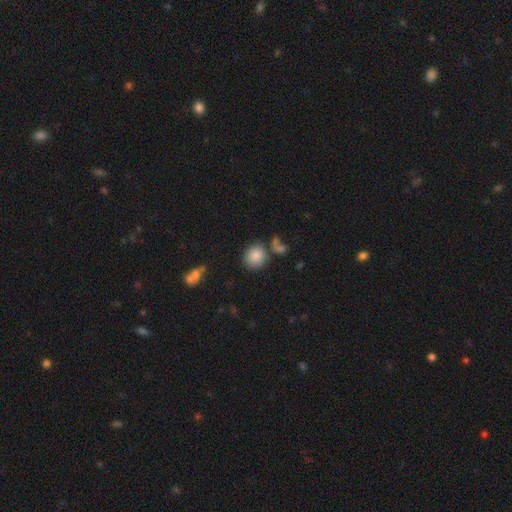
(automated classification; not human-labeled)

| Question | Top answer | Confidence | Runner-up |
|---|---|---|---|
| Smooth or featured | smooth | 86% | star or artifact (8%) |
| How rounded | round | 80% | in between (19%) |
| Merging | none | 68% | minor disturbance (14%) |